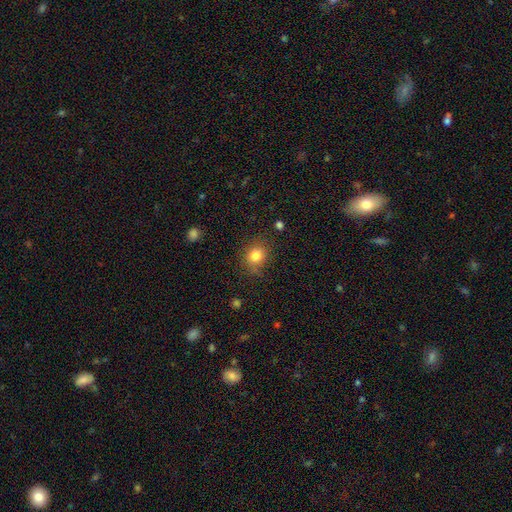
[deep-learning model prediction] The model was most divided on "how rounded": round: 73%, in between: 26%, cigar-shaped: 1%. More confident: smooth or featured — smooth (81%); merging — none (80%).